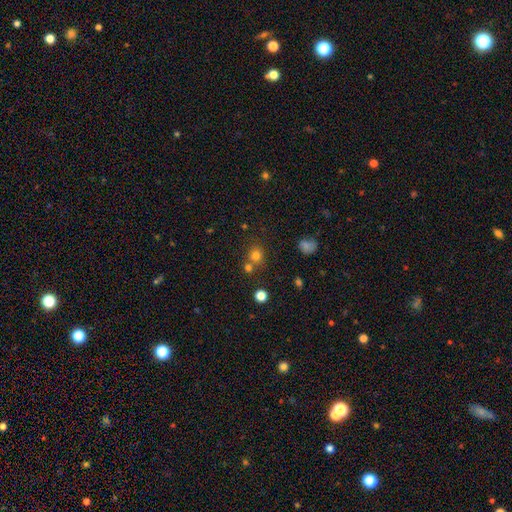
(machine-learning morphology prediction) This appears to be a smooth galaxy with no disk features (75%) that is round (83%). Merging: none (60%).